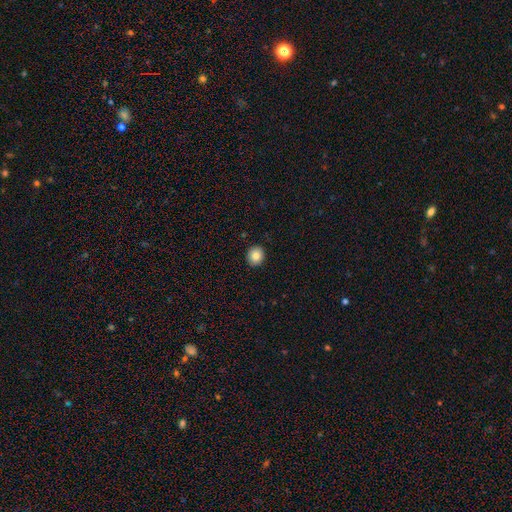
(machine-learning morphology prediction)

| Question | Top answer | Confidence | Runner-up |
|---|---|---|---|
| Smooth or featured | smooth | 83% | star or artifact (9%) |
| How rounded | round | 75% | in between (24%) |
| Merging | none | 91% | minor disturbance (6%) |